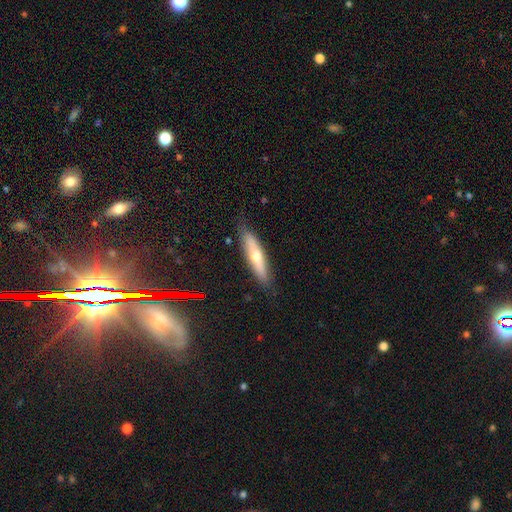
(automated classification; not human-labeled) This is possibly a smooth galaxy (48%). Merging: clearly none (84%).